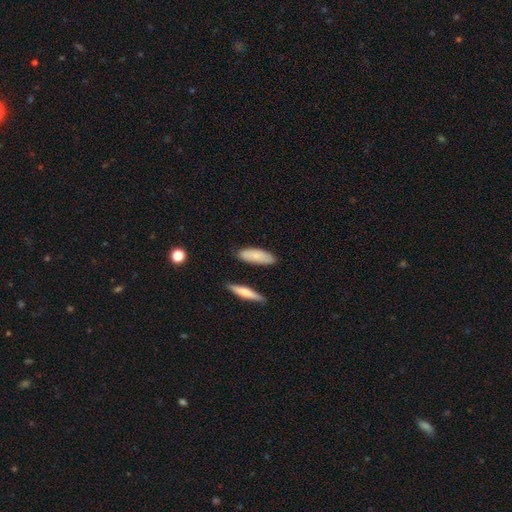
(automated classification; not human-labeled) Morphology: type=smooth (80%); roundness=in between (66%); merging=none (80%).